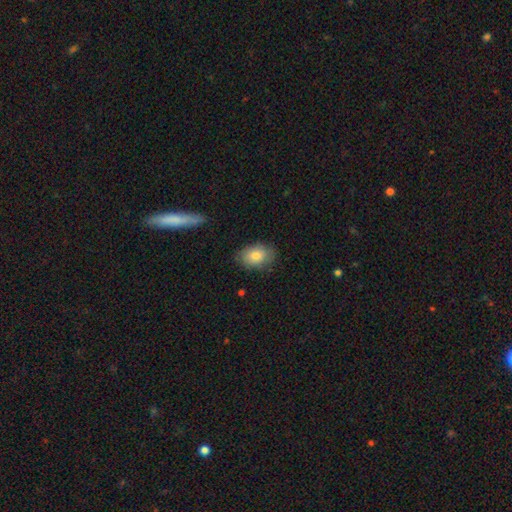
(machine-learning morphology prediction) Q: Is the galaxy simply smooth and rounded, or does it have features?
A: smooth — 82%.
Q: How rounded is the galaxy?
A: in between — 81%.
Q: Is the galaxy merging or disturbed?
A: none — 78%.